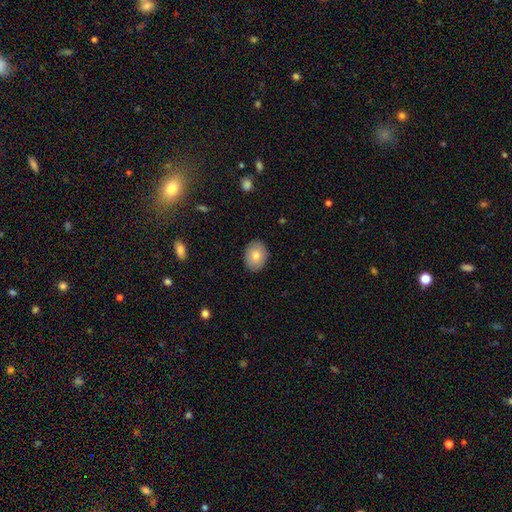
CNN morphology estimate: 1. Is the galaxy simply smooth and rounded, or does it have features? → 81% smooth, 13% featured or disk, 7% star or artifact.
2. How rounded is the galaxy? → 67% in between, 32% round, 1% cigar-shaped.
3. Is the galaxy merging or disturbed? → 89% none, 9% minor disturbance, 2% major disturbance, 1% merger.